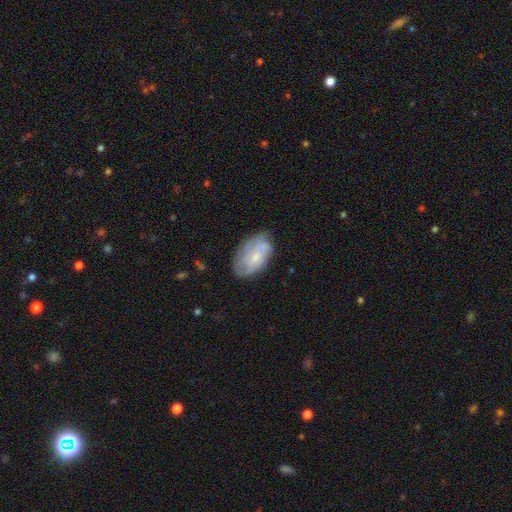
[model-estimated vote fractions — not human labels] Smooth or featured: featured or disk — 50% (smooth — 43%)
Merging: none — 62% (minor disturbance — 27%)